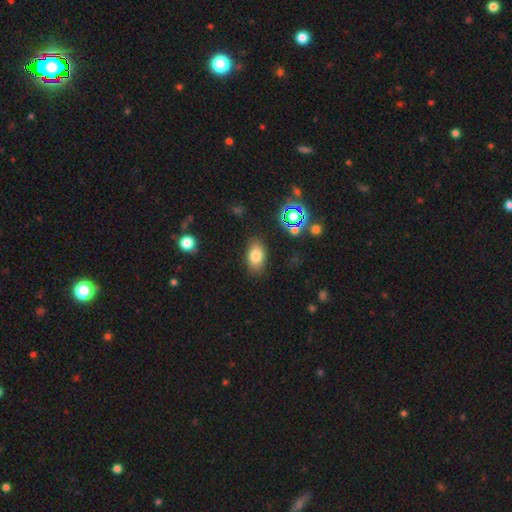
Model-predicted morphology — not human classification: Q: Smooth or featured?
A: smooth (79%); runner-up: star or artifact (11%)
Q: How rounded?
A: in between (87%); runner-up: round (11%)
Q: Merging?
A: none (84%); runner-up: minor disturbance (11%)